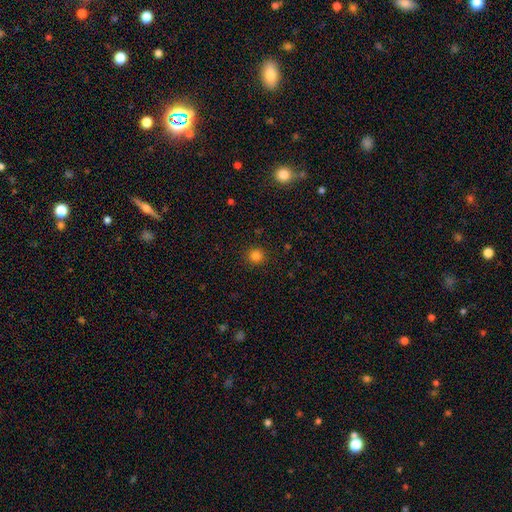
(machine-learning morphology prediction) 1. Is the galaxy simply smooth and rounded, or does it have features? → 82% smooth, 14% star or artifact, 4% featured or disk.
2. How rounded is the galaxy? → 93% round, 6% in between, 1% cigar-shaped.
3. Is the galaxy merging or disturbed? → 91% none, 6% minor disturbance, 2% major disturbance, 1% merger.